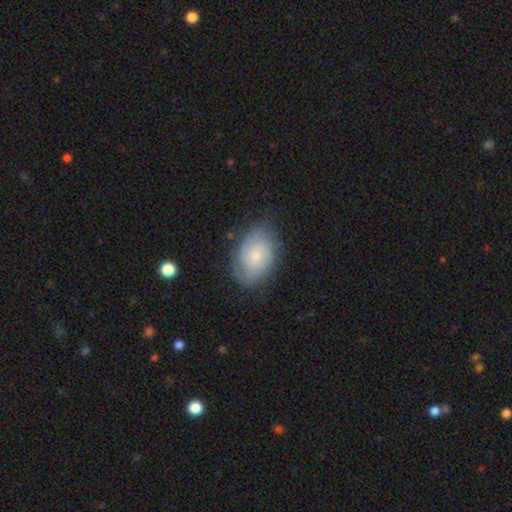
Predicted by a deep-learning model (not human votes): featured or disk 54%, smooth 39%, star or artifact 7%. Down the decision tree: edge-on disk — no (96%); bar — no (74%); spiral arms — yes (87%); bulge size — small (65%); merging — none (75%).